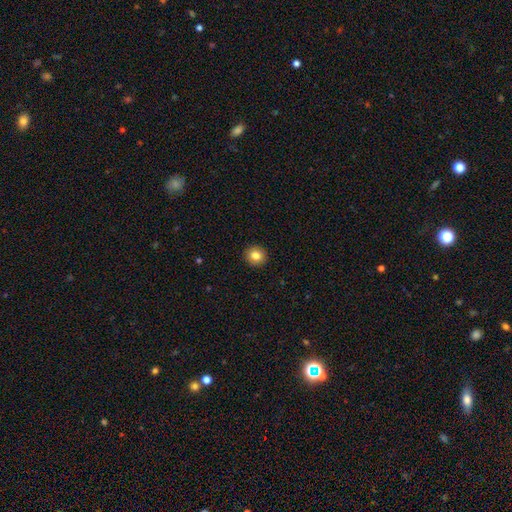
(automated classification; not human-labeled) Smooth or featured: smooth — 83% (star or artifact — 10%)
How rounded: round — 91% (in between — 8%)
Merging: none — 93% (minor disturbance — 5%)